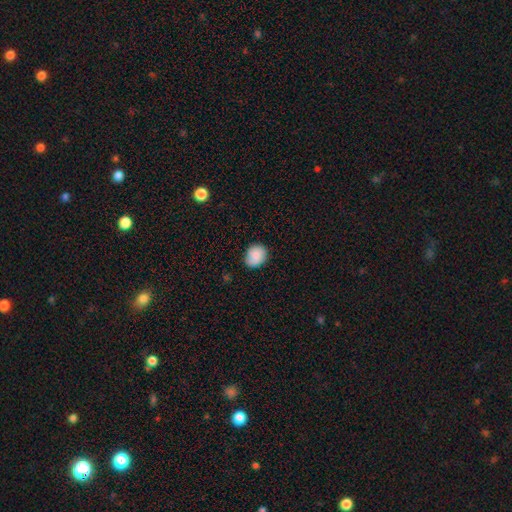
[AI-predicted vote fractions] Smooth or featured: smooth — 85% (featured or disk — 8%)
How rounded: round — 60% (in between — 39%)
Merging: none — 79% (minor disturbance — 17%)